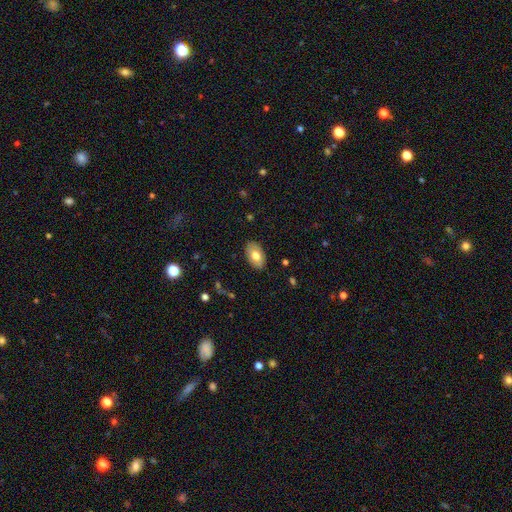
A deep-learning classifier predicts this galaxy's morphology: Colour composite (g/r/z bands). It shows a smooth galaxy with no disk features (75%) that is in between round and cigar-shaped (93%). Merging: none (86%).